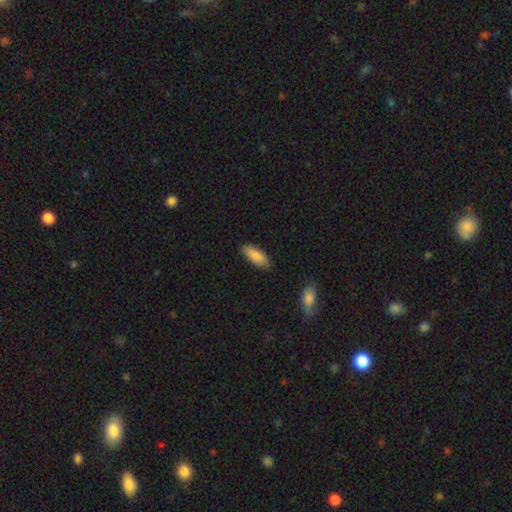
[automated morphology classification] The model was most divided on "how rounded": in between: 76%, cigar-shaped: 22%, round: 2%. More confident: smooth or featured — smooth (87%); merging — none (85%).